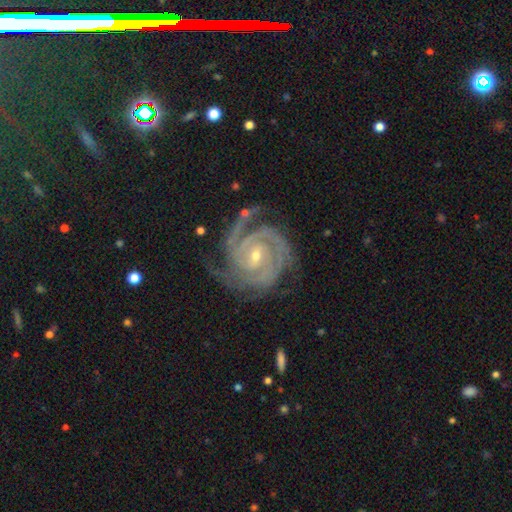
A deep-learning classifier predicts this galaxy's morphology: type=featured or disk (93%); edge-on=no (98%); bar=weak (41%); spiral arms=yes (99%); winding=tight (78%); arm count=3 (41%); bulge=small (67%); merging=none (71%).